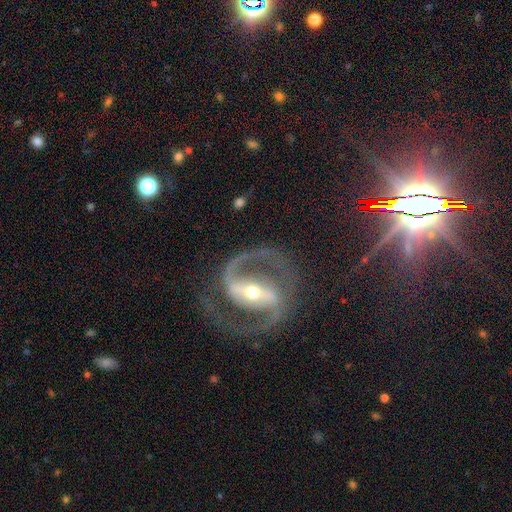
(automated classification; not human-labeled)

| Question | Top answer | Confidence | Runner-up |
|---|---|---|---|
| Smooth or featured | featured or disk | 87% | star or artifact (10%) |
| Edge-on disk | no | 96% | yes (4%) |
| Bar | strong | 68% | weak (22%) |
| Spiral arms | yes | 97% | no (3%) |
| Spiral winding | medium | 60% | tight (26%) |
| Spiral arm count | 2 | 92% | can't tell (2%) |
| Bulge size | small | 49% | moderate (46%) |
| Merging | none | 76% | minor disturbance (12%) |